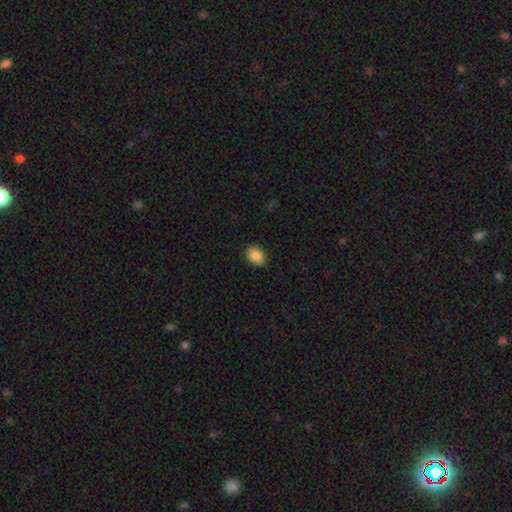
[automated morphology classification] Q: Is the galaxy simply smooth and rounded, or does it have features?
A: smooth — 86%.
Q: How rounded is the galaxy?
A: in between — 65%.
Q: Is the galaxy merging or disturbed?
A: none — 88%.